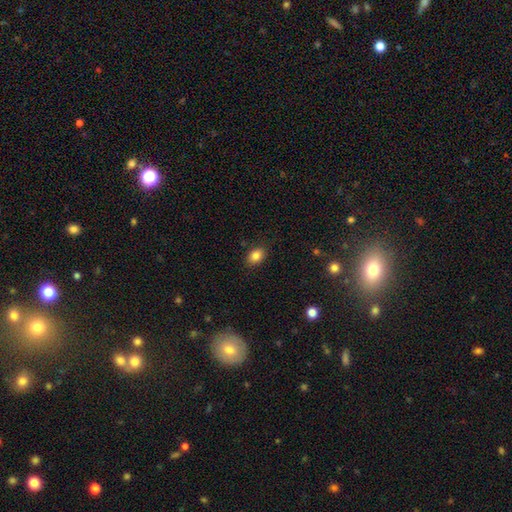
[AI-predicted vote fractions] This appears to be a smooth galaxy with no disk features (85%) that is in between round and cigar-shaped (76%). Merging: none (86%).